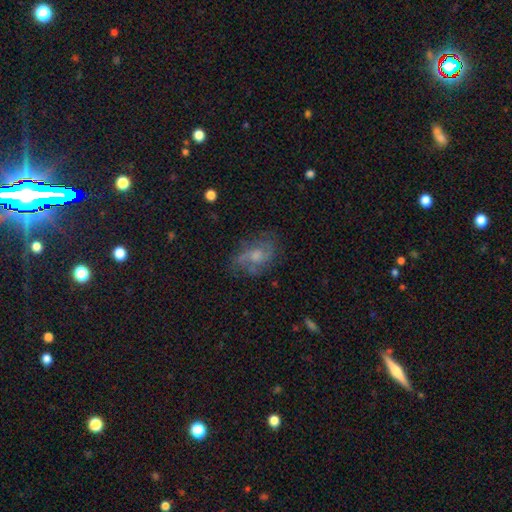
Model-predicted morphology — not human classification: Q: Smooth or featured?
A: featured or disk (64%); runner-up: smooth (26%)
Q: Edge-on disk?
A: no (96%); runner-up: yes (4%)
Q: Bar?
A: no (67%); runner-up: weak (29%)
Q: Spiral arms?
A: yes (81%); runner-up: no (19%)
Q: Bulge size?
A: moderate (45%); runner-up: small (33%)
Q: Merging?
A: none (62%); runner-up: minor disturbance (21%)